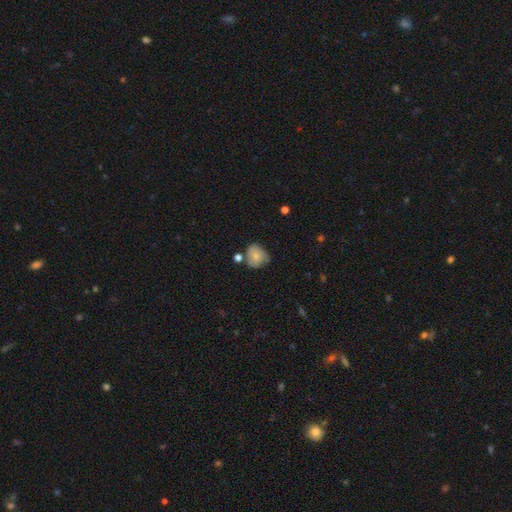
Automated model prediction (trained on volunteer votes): This is likely a smooth galaxy (70%). How rounded: likely round (77%). Merging: possibly none (52%).